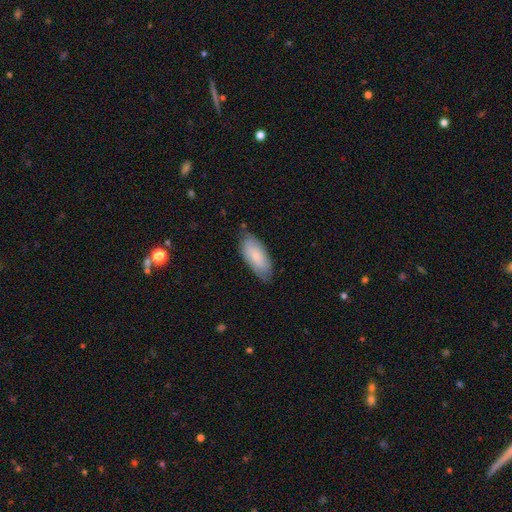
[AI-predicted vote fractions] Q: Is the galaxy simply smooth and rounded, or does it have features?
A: smooth — 64%.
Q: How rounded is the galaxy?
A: in between — 87%.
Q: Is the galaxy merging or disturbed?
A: none — 74%.